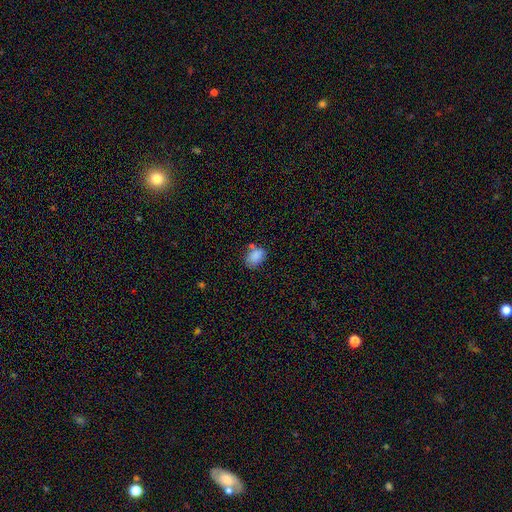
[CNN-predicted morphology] smooth_or_featured: smooth (p=0.86) [alt: star or artifact p=0.09]
how_rounded: in between (p=0.80) [alt: round p=0.19]
merging: none (p=0.64) [alt: minor disturbance p=0.20]